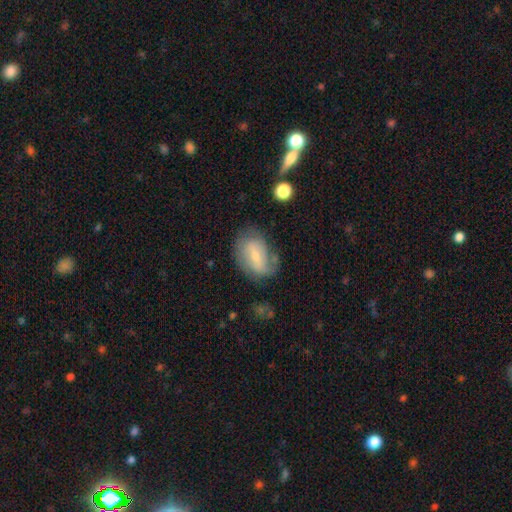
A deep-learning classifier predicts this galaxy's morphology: Smooth or featured?
  - featured or disk: 46% * (tied)
  - smooth: 46% * (tied)
  - star or artifact: 8%
Merging?
  - none: 57% *
  - minor disturbance: 27%
  - major disturbance: 13%
  - merger: 3%